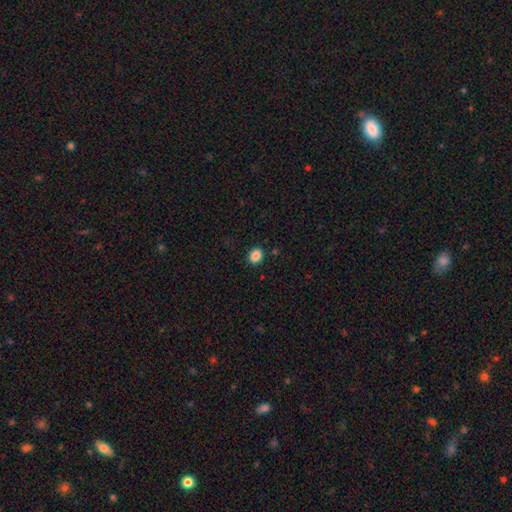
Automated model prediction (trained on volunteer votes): Smooth or featured: smooth — 87% (star or artifact — 10%)
How rounded: in between — 52% (round — 47%)
Merging: none — 88% (minor disturbance — 8%)